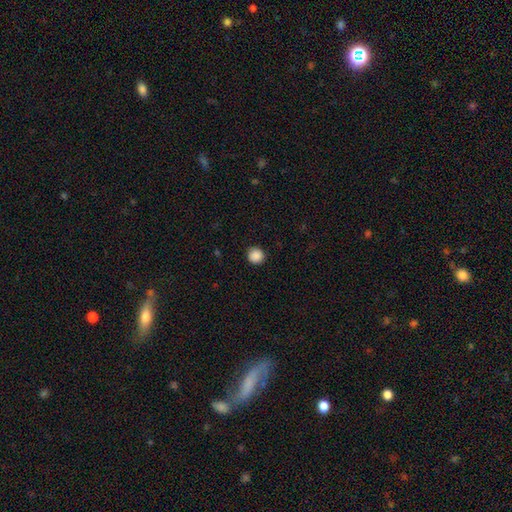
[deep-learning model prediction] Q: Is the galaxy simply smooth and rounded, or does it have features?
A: smooth — 88%.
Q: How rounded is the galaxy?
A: round — 94%.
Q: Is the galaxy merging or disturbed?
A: none — 91%.